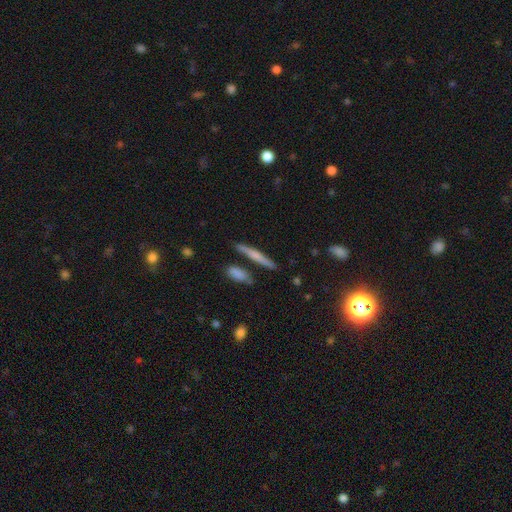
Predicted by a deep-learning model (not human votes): This appears to be a smooth galaxy with no disk features (53%) that is cigar-shaped (92%). Merging: none (82%).